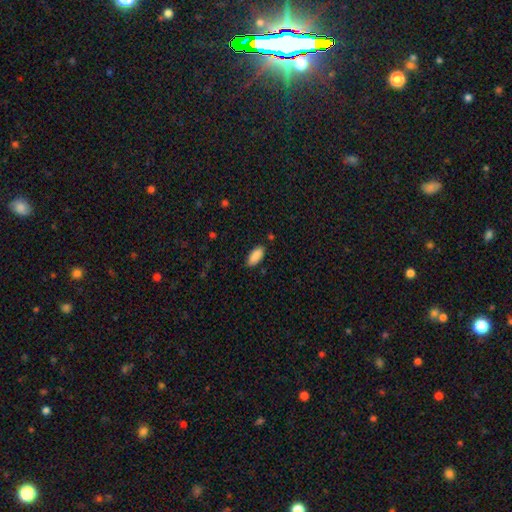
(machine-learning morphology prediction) Smooth or featured: smooth — 90% (star or artifact — 6%)
How rounded: in between — 86% (cigar-shaped — 12%)
Merging: none — 84% (minor disturbance — 12%)